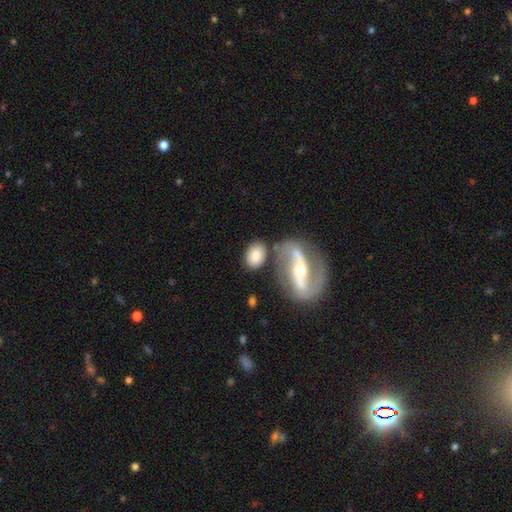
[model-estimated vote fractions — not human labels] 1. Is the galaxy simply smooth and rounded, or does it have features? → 69% smooth, 25% featured or disk, 6% star or artifact.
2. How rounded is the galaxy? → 81% in between, 17% round, 2% cigar-shaped.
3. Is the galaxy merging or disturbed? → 66% none, 15% merger, 14% minor disturbance, 5% major disturbance.